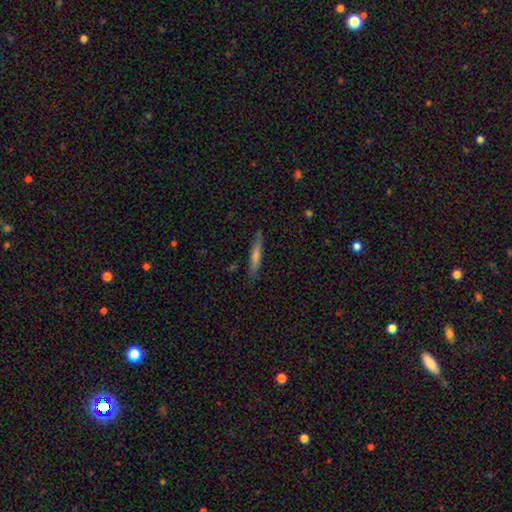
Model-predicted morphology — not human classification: The model was most divided on "smooth or featured": smooth: 54%, featured or disk: 39%, star or artifact: 7%. More confident: how rounded — cigar-shaped (94%); merging — none (88%).